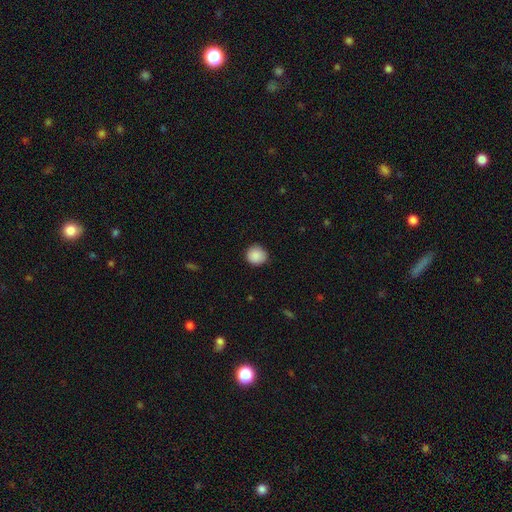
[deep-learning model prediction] Overall: smooth (89%). How rounded: round (90%). Merging: none (86%).